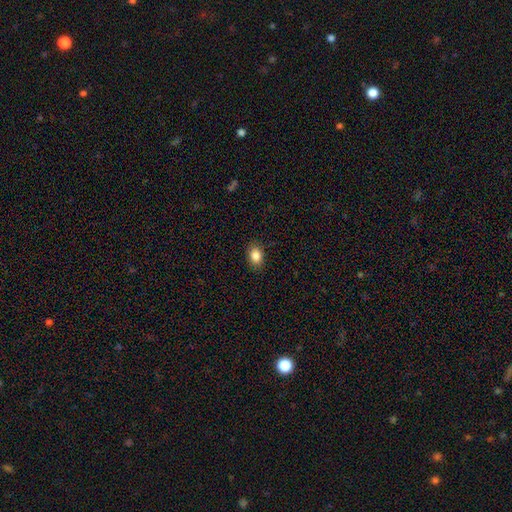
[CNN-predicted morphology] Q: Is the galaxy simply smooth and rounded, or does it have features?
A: smooth — 86%.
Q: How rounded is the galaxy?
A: in between — 71%.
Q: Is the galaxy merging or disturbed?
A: none — 87%.